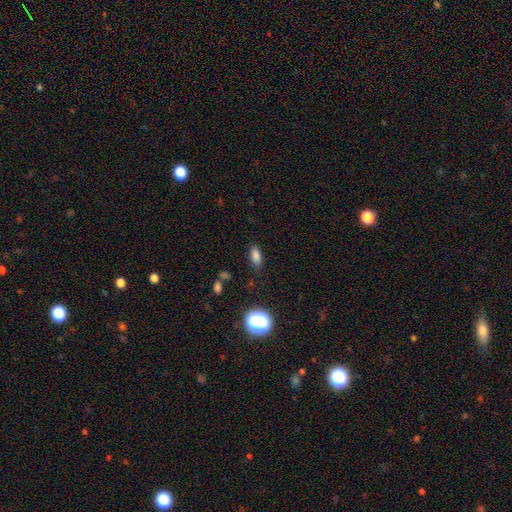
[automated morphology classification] Overall: smooth (81%). How rounded: in between (84%). Merging: none (82%).